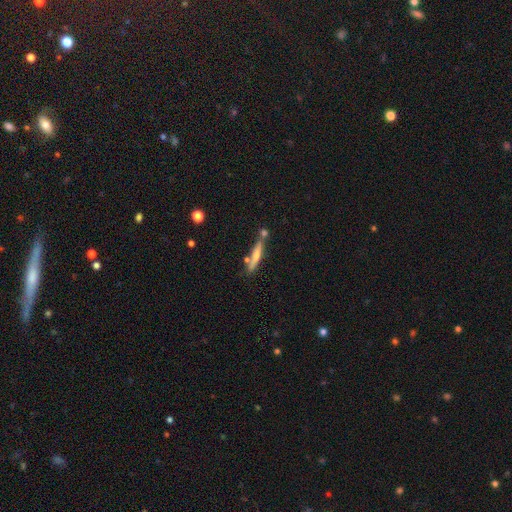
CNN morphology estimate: smooth_or_featured: smooth (p=0.56) [alt: featured or disk p=0.38]
how_rounded: cigar-shaped (p=0.90) [alt: in between p=0.08]
merging: none (p=0.65) [alt: merger p=0.16]